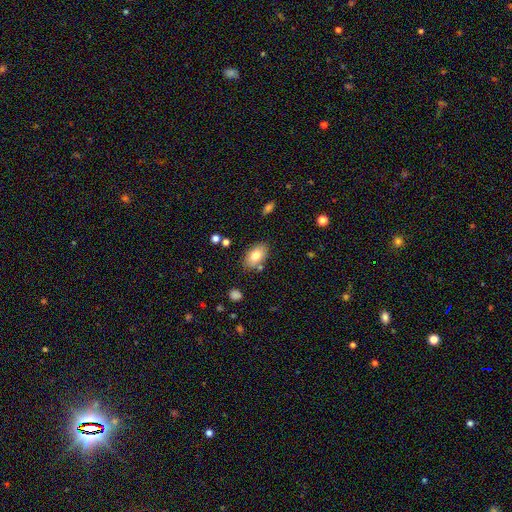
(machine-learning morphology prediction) This is likely a smooth galaxy (78%). How rounded: clearly in between (91%). Merging: likely none (79%).